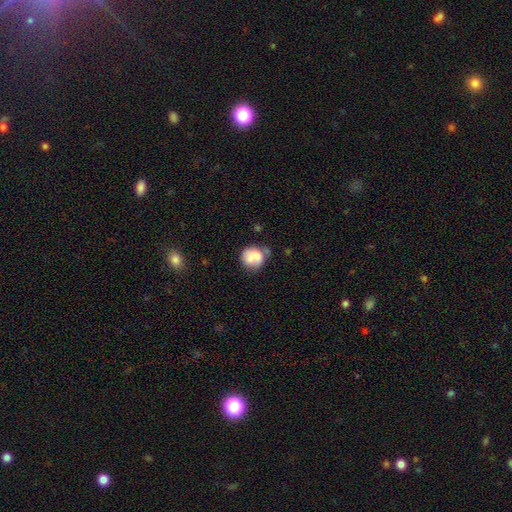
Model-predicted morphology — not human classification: This is likely a smooth galaxy (70%). How rounded: likely round (77%). Merging: marginally none (45%).